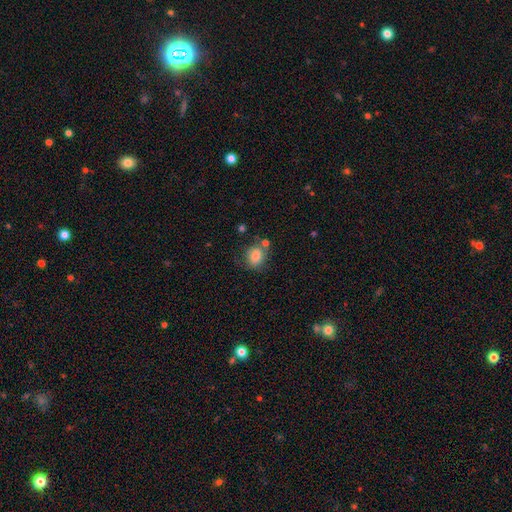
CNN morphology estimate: smooth-or-featured: smooth: 83% | star or artifact: 9% | featured or disk: 7%
  how-rounded: round: 50% | in between: 49% | cigar-shaped: 1%
  merging: none: 67% | minor disturbance: 17% | merger: 11% | major disturbance: 5%